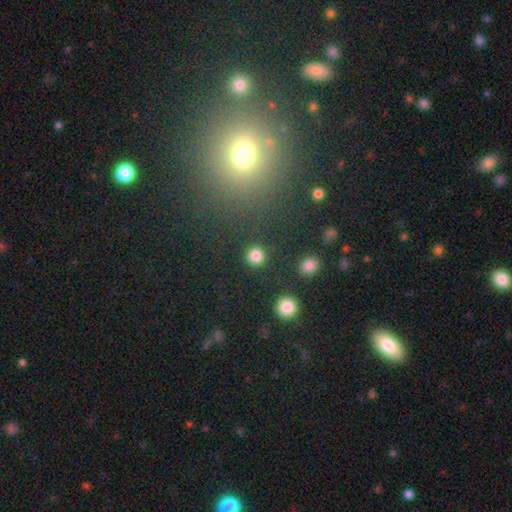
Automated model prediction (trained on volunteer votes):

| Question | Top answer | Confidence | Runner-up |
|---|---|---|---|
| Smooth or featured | smooth | 84% | star or artifact (11%) |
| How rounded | round | 94% | in between (5%) |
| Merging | none | 90% | minor disturbance (5%) |